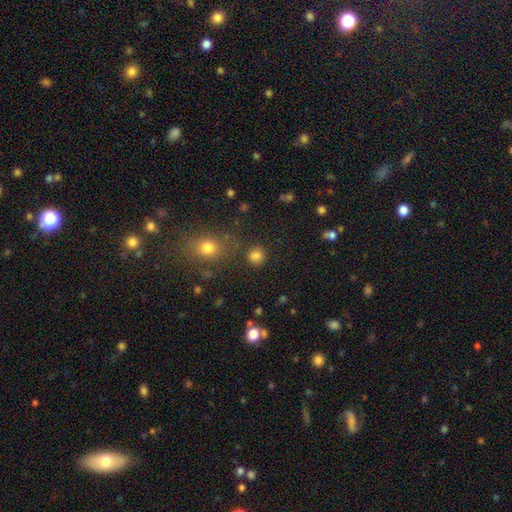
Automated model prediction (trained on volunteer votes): This is clearly a smooth galaxy (80%). How rounded: clearly round (86%). Merging: clearly none (80%).